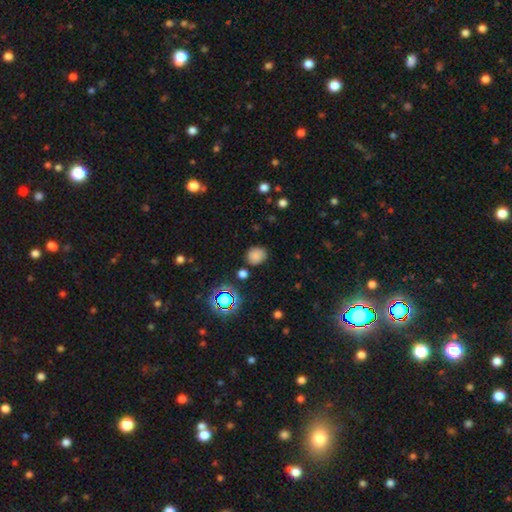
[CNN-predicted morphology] The model was most divided on "how rounded": round: 77%, in between: 22%, cigar-shaped: 1%. More confident: merging — none (81%); smooth or featured — smooth (77%).